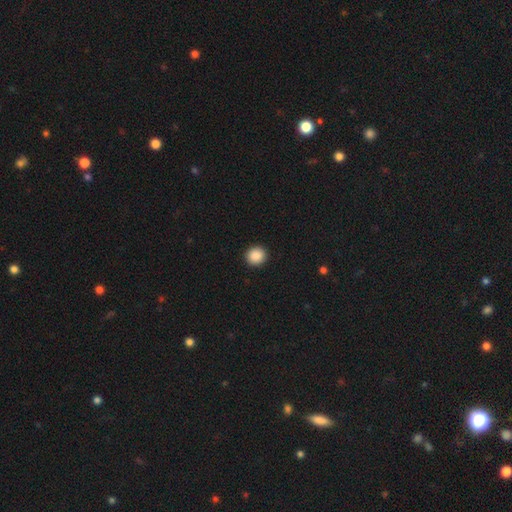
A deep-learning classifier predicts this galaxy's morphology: type=smooth (89%); roundness=round (88%); merging=none (93%).